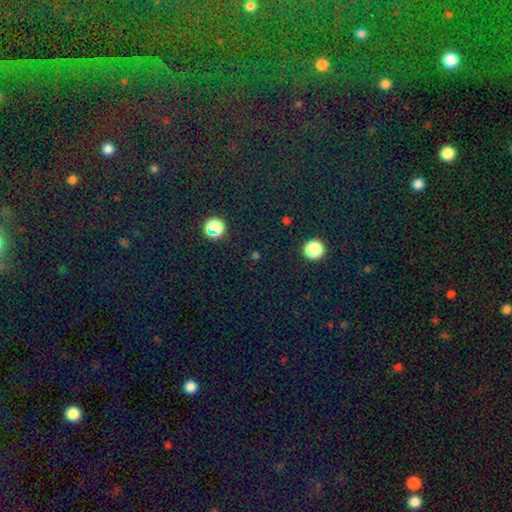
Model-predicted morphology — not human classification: Smooth or featured? smooth (49%)
Merging? none (89%)